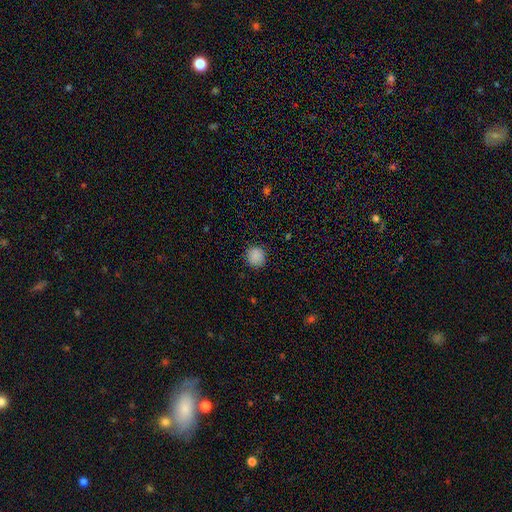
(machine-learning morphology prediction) This appears to be a smooth galaxy with no disk features (87%) that is round (90%). Merging: none (88%).